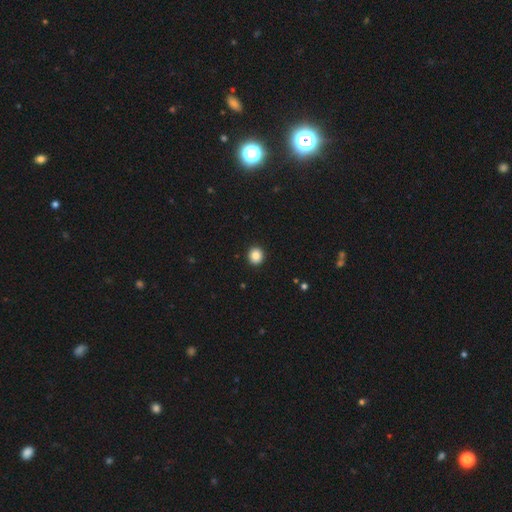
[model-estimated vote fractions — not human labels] Q: Smooth or featured?
A: smooth (86%); runner-up: star or artifact (10%)
Q: How rounded?
A: round (86%); runner-up: in between (13%)
Q: Merging?
A: none (93%); runner-up: minor disturbance (5%)